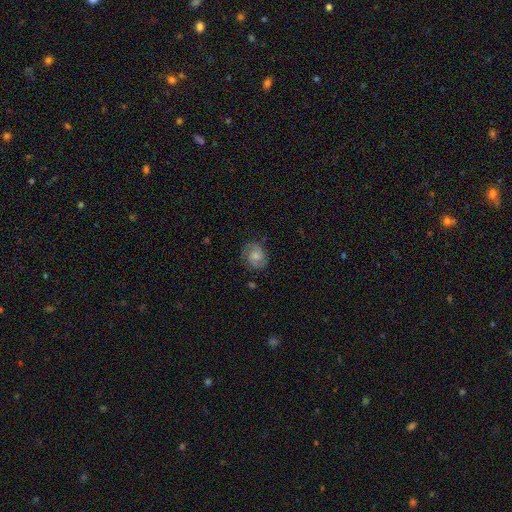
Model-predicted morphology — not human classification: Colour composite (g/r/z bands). It shows a featured or disk galaxy (57%) with no bar (67%), spiral arms (90%) and a moderate central bulge (47%). Merging: none (77%).